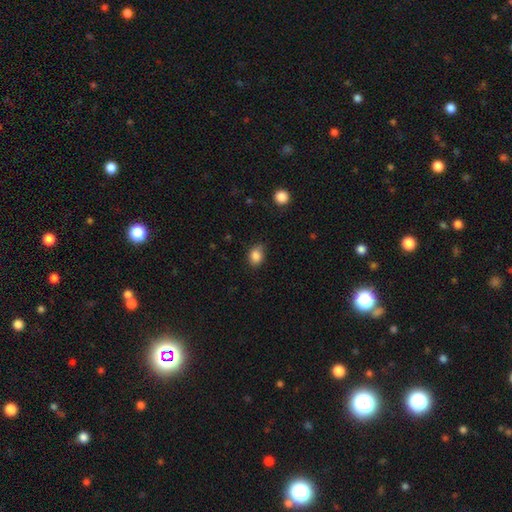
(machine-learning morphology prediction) A smooth galaxy with no disk features (85%) that is in between round and cigar-shaped (59%).

Vote fractions:
- Smooth or featured? smooth: 85% / star or artifact: 9% / featured or disk: 5%
- How rounded? in between: 59% / round: 40% / cigar-shaped: 1%
- Merging? none: 64% / minor disturbance: 29% / major disturbance: 5% / merger: 2%